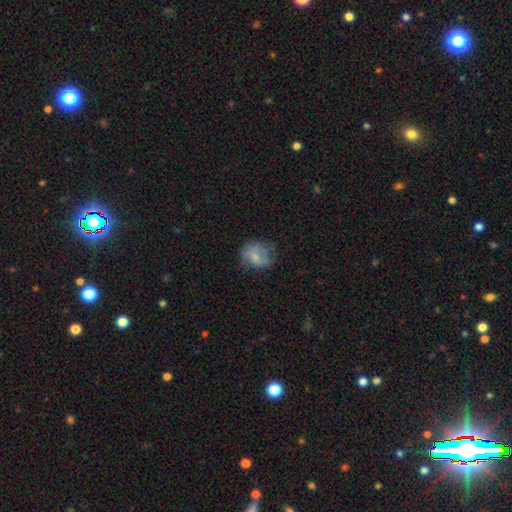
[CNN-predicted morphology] smooth 64%, featured or disk 27%, star or artifact 9%. Down the decision tree: how rounded — round (58%); merging — none (52%).